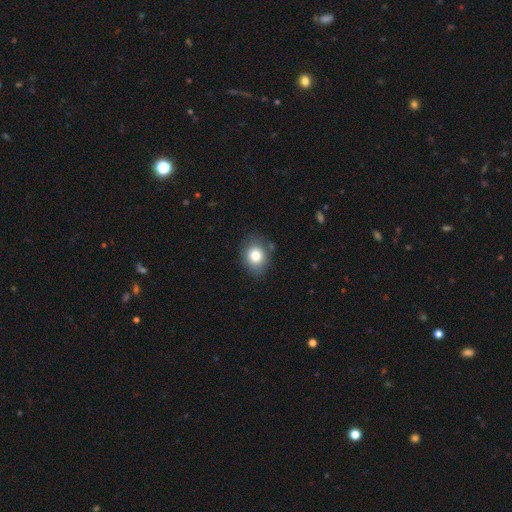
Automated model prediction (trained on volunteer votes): Overall: smooth (80%). How rounded: round (56%; in between 43%). Merging: none (78%).